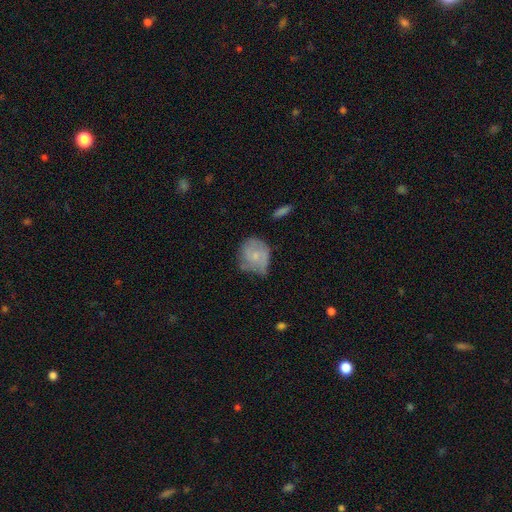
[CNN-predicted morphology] type=smooth (51%); roundness=round (73%); merging=none (43%).